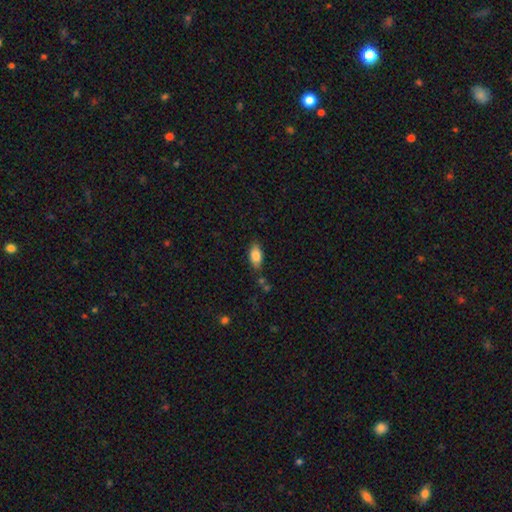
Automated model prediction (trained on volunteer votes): Smooth or featured: smooth — 83% (featured or disk — 9%)
How rounded: in between — 89% (cigar-shaped — 7%)
Merging: none — 75% (minor disturbance — 17%)